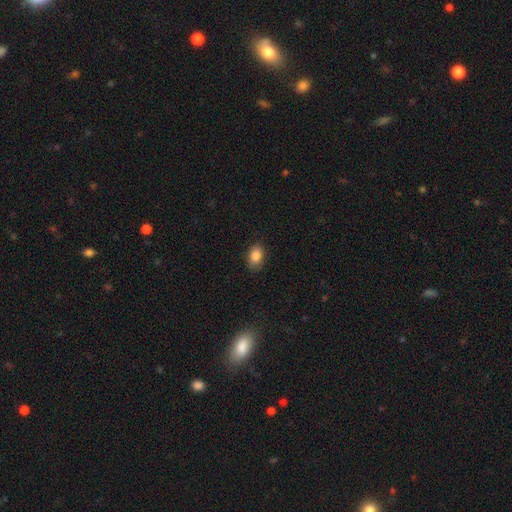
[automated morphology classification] smooth_or_featured: smooth (p=0.86) [alt: star or artifact p=0.09]
how_rounded: in between (p=0.83) [alt: round p=0.16]
merging: none (p=0.85) [alt: minor disturbance p=0.12]